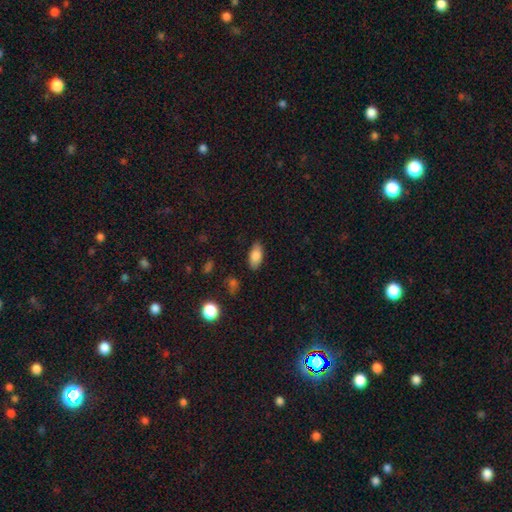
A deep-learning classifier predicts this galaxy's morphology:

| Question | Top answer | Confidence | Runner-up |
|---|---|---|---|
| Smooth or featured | smooth | 83% | featured or disk (9%) |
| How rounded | in between | 90% | cigar-shaped (6%) |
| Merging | none | 85% | minor disturbance (11%) |